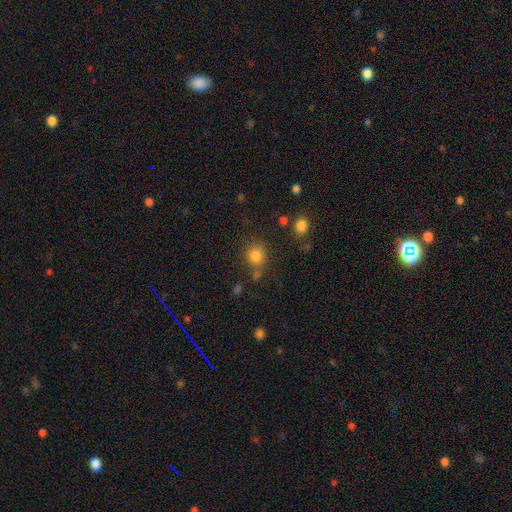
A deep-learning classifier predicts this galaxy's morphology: smooth_or_featured: smooth (p=0.81) [alt: star or artifact p=0.13]
how_rounded: round (p=0.82) [alt: in between p=0.17]
merging: none (p=0.69) [alt: minor disturbance p=0.14]